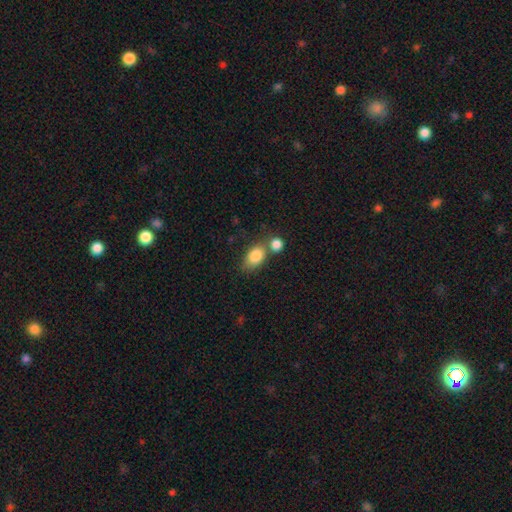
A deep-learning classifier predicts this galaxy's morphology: smooth_or_featured: smooth (p=0.84) [alt: featured or disk p=0.08]
how_rounded: in between (p=0.81) [alt: round p=0.17]
merging: none (p=0.46) [alt: merger p=0.35]